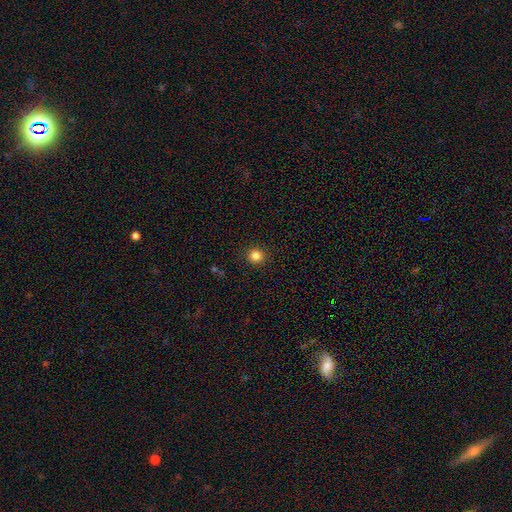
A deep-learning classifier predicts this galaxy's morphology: A smooth galaxy with no disk features (85%) that is round (92%). Merging: none (92%).